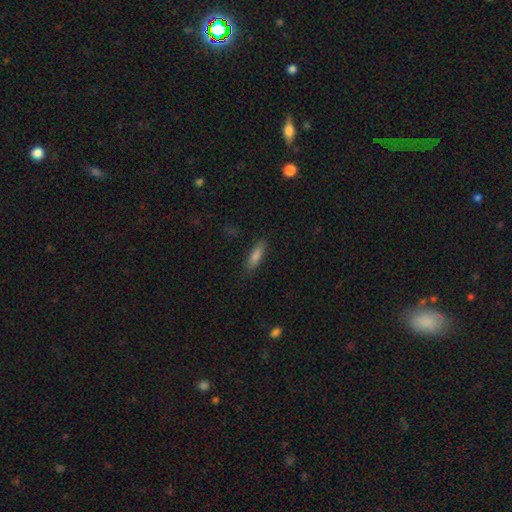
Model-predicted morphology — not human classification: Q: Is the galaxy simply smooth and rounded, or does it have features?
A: smooth — 74%.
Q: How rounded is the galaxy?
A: cigar-shaped — 65%.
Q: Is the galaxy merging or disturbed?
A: none — 85%.